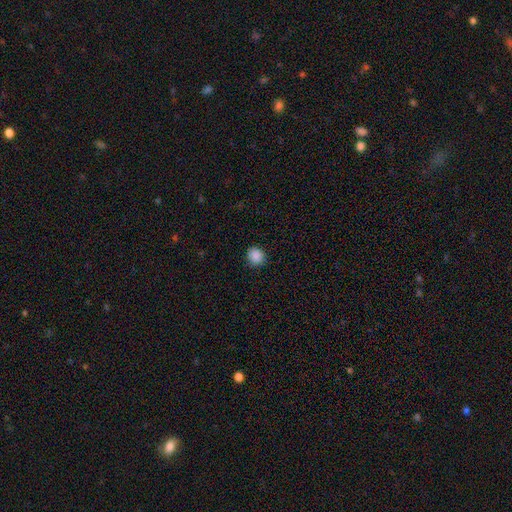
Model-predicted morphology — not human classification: The model was most divided on "how rounded": round: 84%, in between: 15%, cigar-shaped: 1%. More confident: smooth or featured — smooth (88%); merging — none (87%).